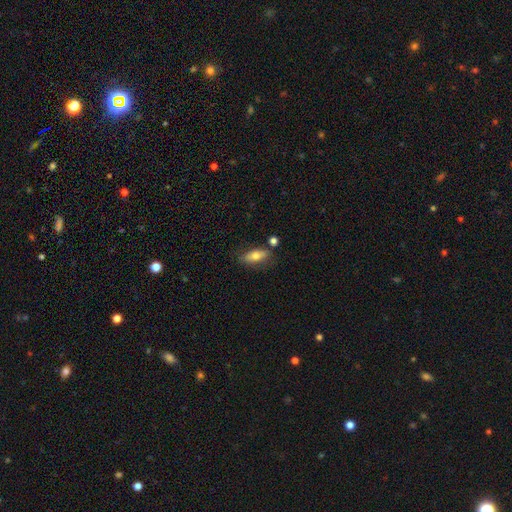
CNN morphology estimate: Overall: smooth (70%). How rounded: in between (76%). Merging: none (73%).